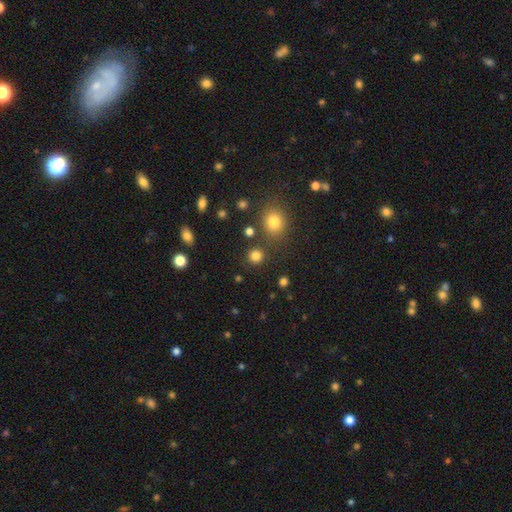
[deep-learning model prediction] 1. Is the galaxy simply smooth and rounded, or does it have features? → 81% smooth, 14% star or artifact, 4% featured or disk.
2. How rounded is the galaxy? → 90% round, 9% in between, 1% cigar-shaped.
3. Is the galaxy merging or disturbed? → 83% none, 7% minor disturbance, 6% merger, 3% major disturbance.